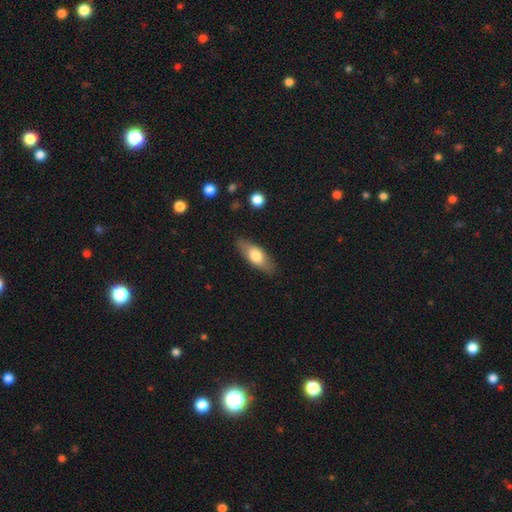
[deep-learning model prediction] The model was most divided on "smooth or featured": smooth: 65%, featured or disk: 29%, star or artifact: 6%. More confident: merging — none (84%); how rounded — in between (70%).